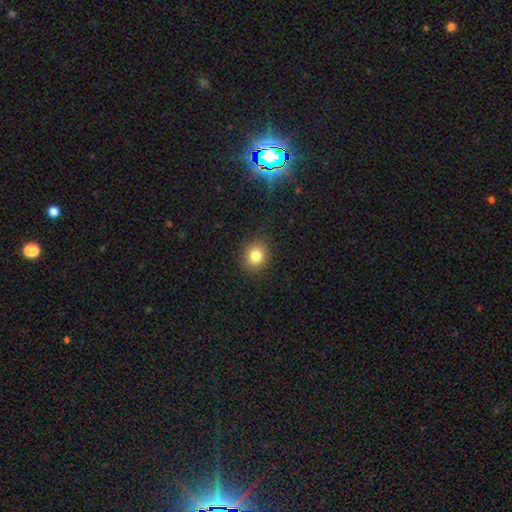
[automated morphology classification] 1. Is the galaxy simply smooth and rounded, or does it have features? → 82% smooth, 12% star or artifact, 6% featured or disk.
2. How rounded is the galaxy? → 80% round, 20% in between, 1% cigar-shaped.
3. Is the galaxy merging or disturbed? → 88% none, 8% minor disturbance, 2% major disturbance, 1% merger.